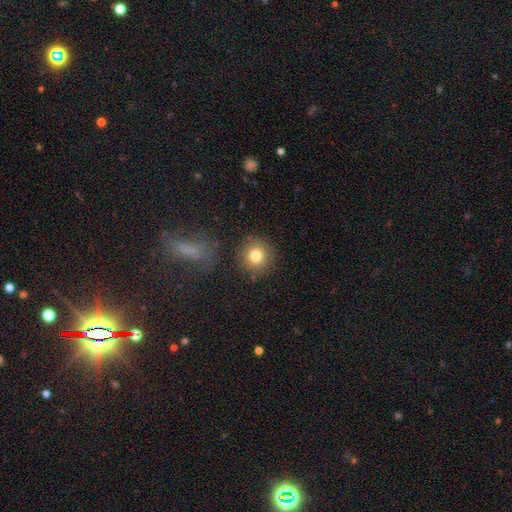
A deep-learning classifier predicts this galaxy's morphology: Smooth or featured: smooth — 80% (star or artifact — 11%)
How rounded: round — 92% (in between — 7%)
Merging: none — 84% (minor disturbance — 9%)